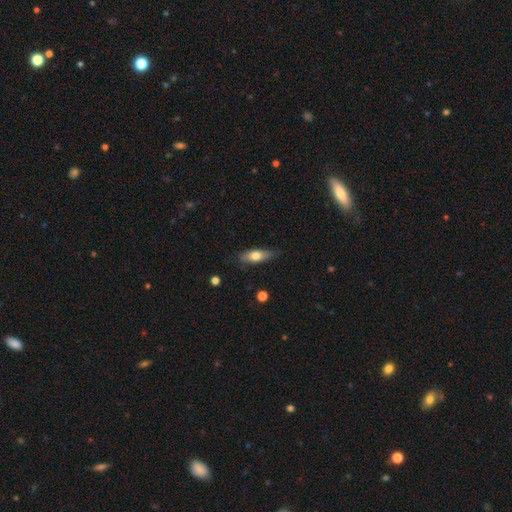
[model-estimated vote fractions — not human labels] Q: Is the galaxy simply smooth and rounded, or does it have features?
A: smooth — 68%.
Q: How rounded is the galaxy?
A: in between — 55%.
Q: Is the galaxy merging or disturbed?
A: none — 79%.